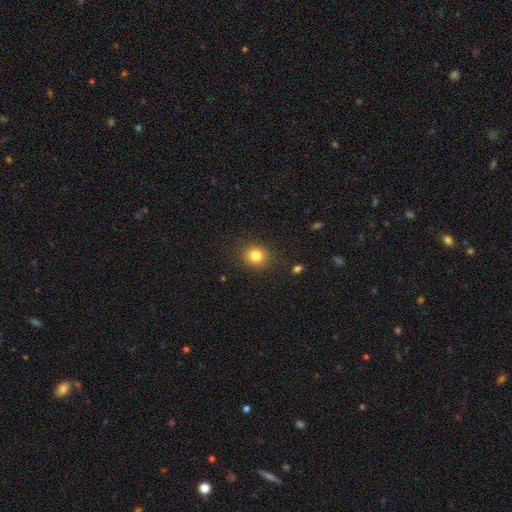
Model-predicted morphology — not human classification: Q: Smooth or featured?
A: smooth (82%); runner-up: star or artifact (12%)
Q: How rounded?
A: round (79%); runner-up: in between (20%)
Q: Merging?
A: none (87%); runner-up: minor disturbance (9%)